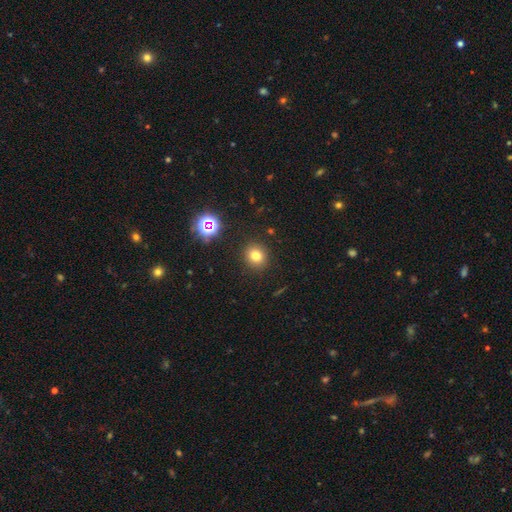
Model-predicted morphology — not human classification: type=smooth (75%); roundness=round (83%); merging=none (89%).